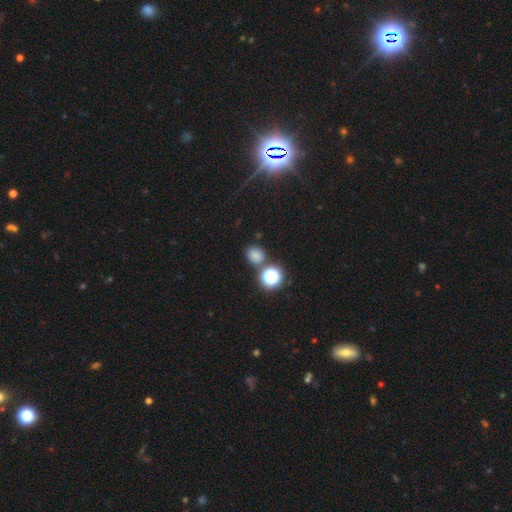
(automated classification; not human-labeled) smooth_or_featured: smooth (p=0.73) [alt: star or artifact p=0.21]
how_rounded: round (p=0.67) [alt: in between p=0.32]
merging: none (p=0.70) [alt: merger p=0.14]